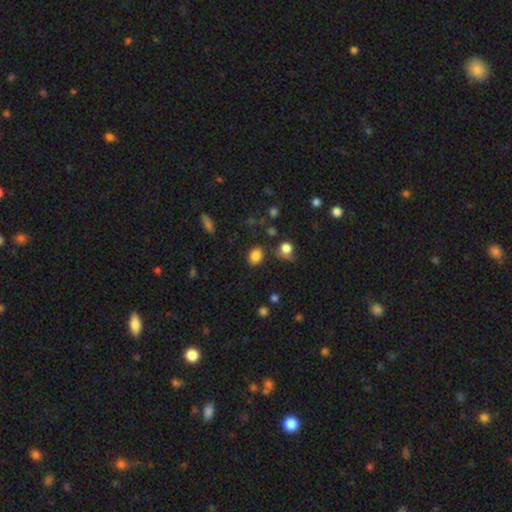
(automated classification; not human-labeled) smooth 83%, star or artifact 12%, featured or disk 5%. Down the decision tree: how rounded — in between (53%); merging — none (79%).